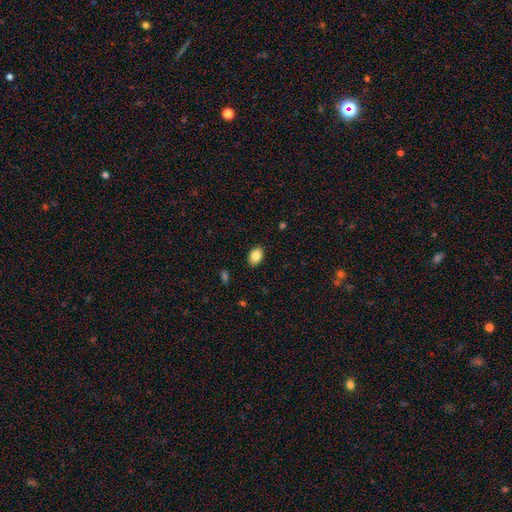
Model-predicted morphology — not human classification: Overall: smooth (84%). How rounded: in between (79%). Merging: none (88%).